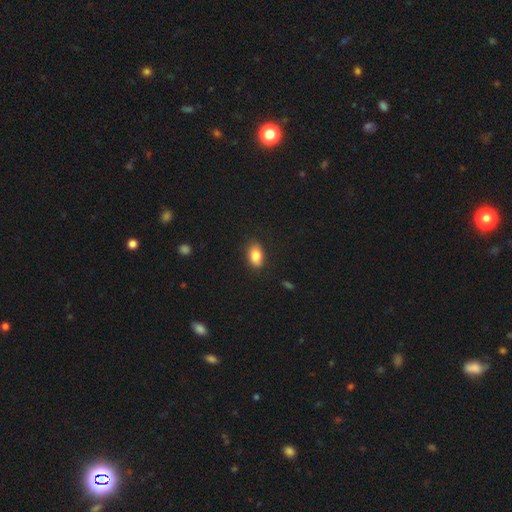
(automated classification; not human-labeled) Morphology: type=smooth (86%); roundness=in between (89%); merging=none (83%).